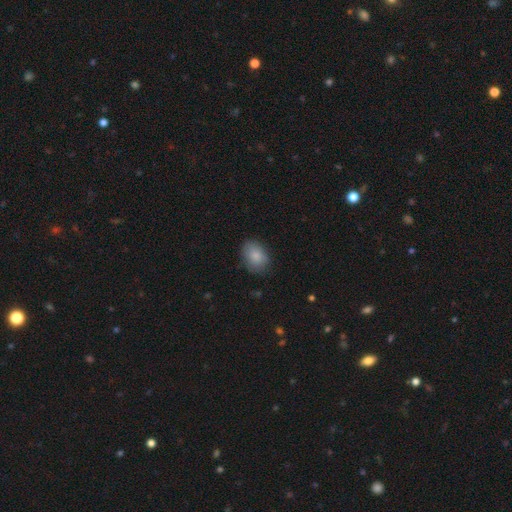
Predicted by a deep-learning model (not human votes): smooth 85%, featured or disk 8%, star or artifact 7%. Down the decision tree: how rounded — in between (75%); merging — none (78%).